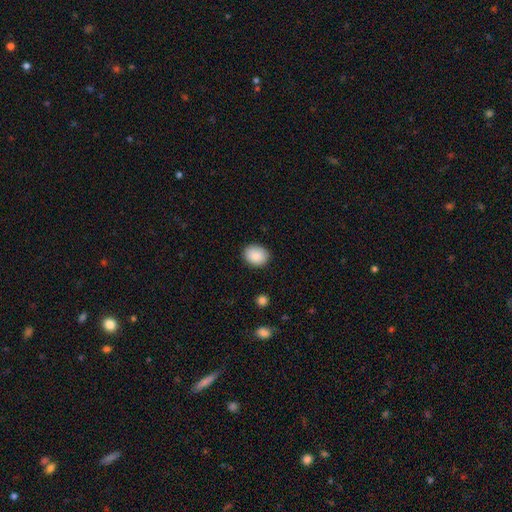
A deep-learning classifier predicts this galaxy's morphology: A smooth galaxy with no disk features (88%) that is in between round and cigar-shaped (54%).

Vote fractions:
- Smooth or featured? smooth: 88% / star or artifact: 7% / featured or disk: 4%
- How rounded? in between: 54% / round: 46% / cigar-shaped: 1%
- Merging? none: 88% / minor disturbance: 8% / major disturbance: 2% / merger: 1%